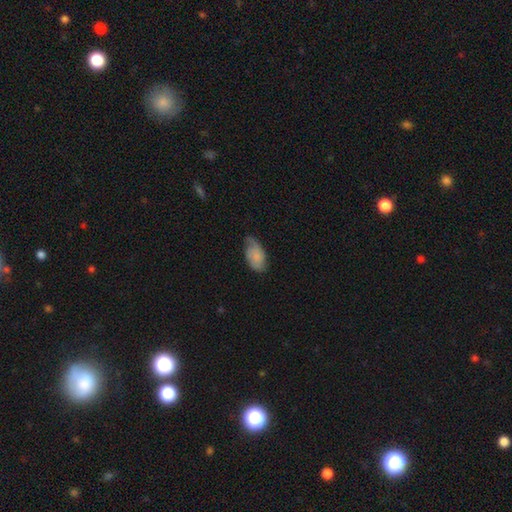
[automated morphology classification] Smooth or featured: smooth — 71% (featured or disk — 22%)
How rounded: in between — 94% (round — 4%)
Merging: none — 53% (minor disturbance — 36%)